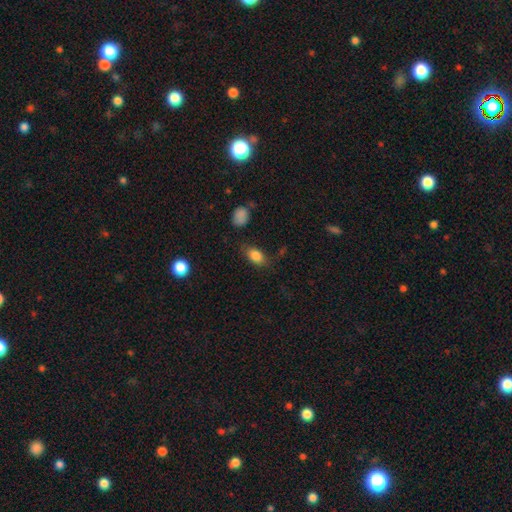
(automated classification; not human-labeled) Overall: smooth (83%). How rounded: in between (86%). Merging: none (72%).